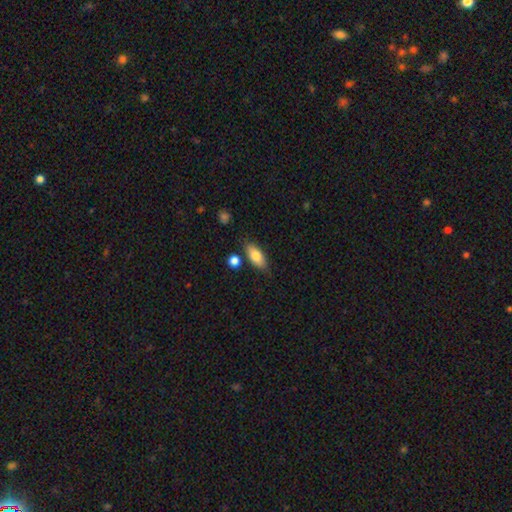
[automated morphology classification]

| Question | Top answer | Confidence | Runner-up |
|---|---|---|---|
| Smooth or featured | smooth | 80% | featured or disk (13%) |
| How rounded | in between | 84% | cigar-shaped (12%) |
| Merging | none | 77% | minor disturbance (14%) |